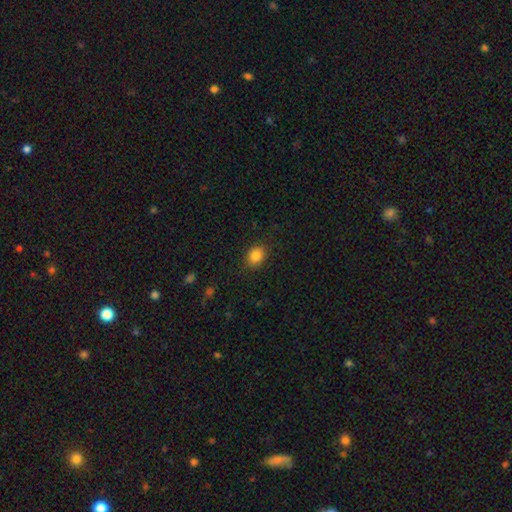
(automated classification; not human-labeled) Smooth or featured: smooth — 84% (star or artifact — 10%)
How rounded: round — 58% (in between — 41%)
Merging: none — 85% (minor disturbance — 11%)